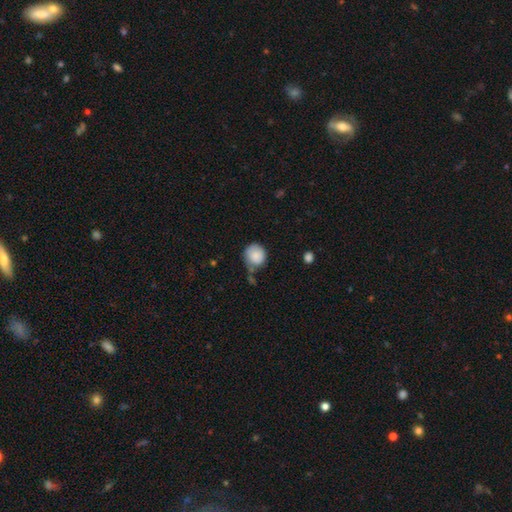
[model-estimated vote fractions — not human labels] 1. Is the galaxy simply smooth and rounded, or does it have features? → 85% smooth, 8% featured or disk, 7% star or artifact.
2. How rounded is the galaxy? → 88% round, 11% in between, 1% cigar-shaped.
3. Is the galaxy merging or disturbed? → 55% none, 26% minor disturbance, 10% merger, 9% major disturbance.